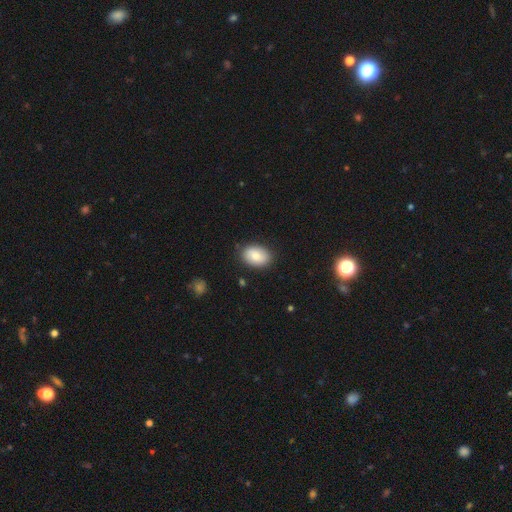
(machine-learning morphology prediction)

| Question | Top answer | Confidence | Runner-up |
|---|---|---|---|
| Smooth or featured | smooth | 80% | featured or disk (13%) |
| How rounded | in between | 80% | round (19%) |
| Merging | none | 85% | minor disturbance (11%) |